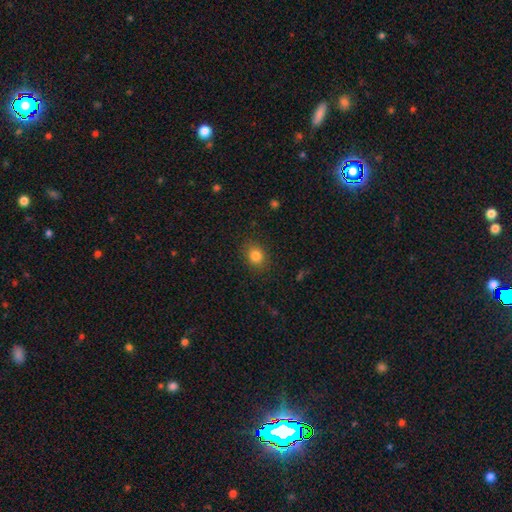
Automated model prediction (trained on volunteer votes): Overall: smooth (84%). How rounded: round (62%; in between 37%). Merging: none (87%).